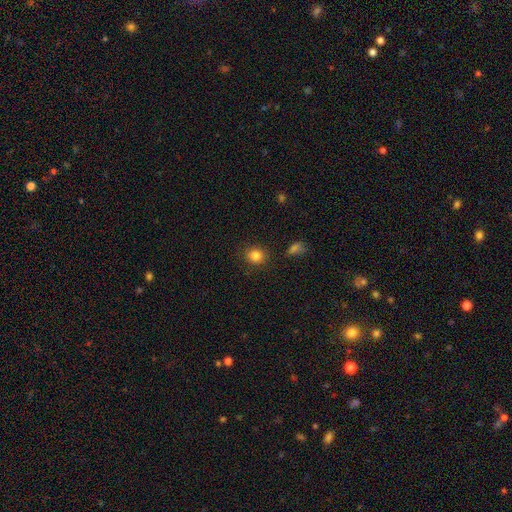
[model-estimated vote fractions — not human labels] A smooth galaxy with no disk features (84%) that is round (81%).

Vote fractions:
- Smooth or featured? smooth: 84% / star or artifact: 11% / featured or disk: 5%
- How rounded? round: 81% / in between: 18% / cigar-shaped: 1%
- Merging? none: 87% / minor disturbance: 8% / major disturbance: 3% / merger: 2%